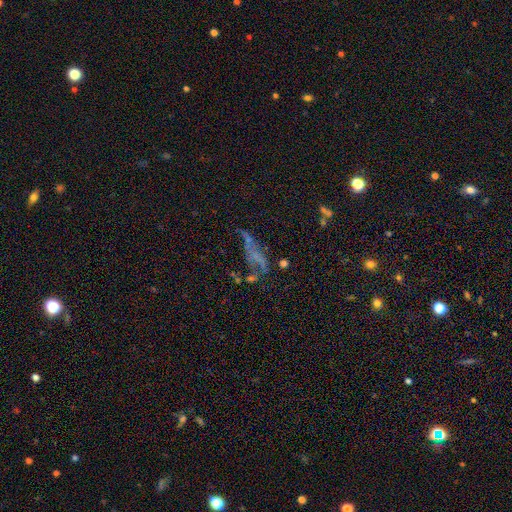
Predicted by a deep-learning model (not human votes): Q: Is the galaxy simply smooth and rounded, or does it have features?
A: featured or disk — 43%.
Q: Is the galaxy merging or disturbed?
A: none — 33%, tied with major disturbance.